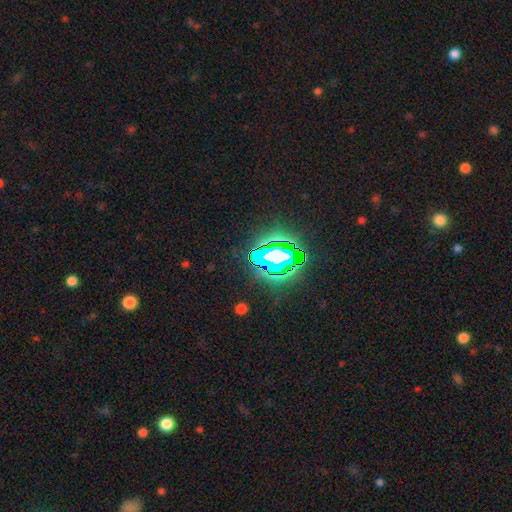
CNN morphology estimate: This is likely a star or artifact rather than a galaxy (77%).